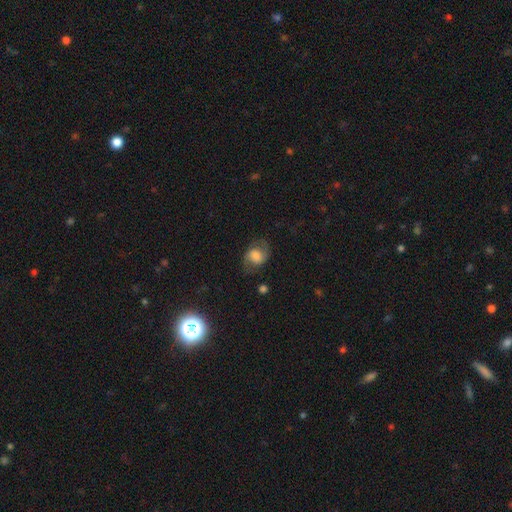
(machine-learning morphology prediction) smooth_or_featured: smooth (p=0.54) [alt: featured or disk p=0.36]
how_rounded: in between (p=0.58) [alt: round p=0.41]
merging: none (p=0.64) [alt: minor disturbance p=0.21]